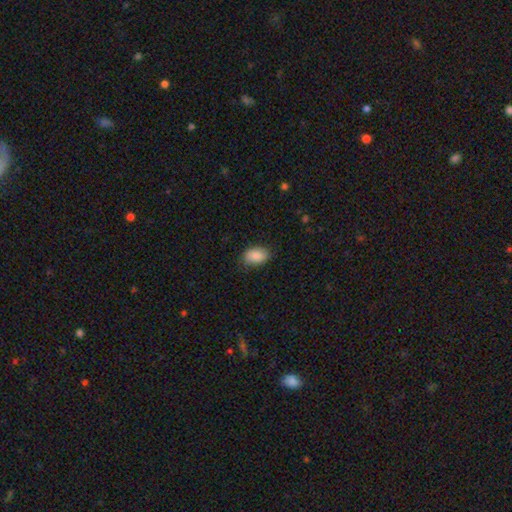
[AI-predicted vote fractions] This appears to be a smooth galaxy with no disk features (86%) that is in between round and cigar-shaped (89%). Merging: none (80%).